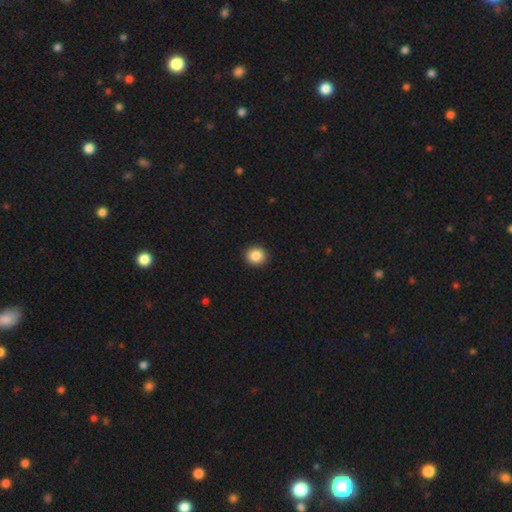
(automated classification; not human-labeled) This appears to be a smooth galaxy with no disk features (87%) that is round (85%). Merging: none (93%).